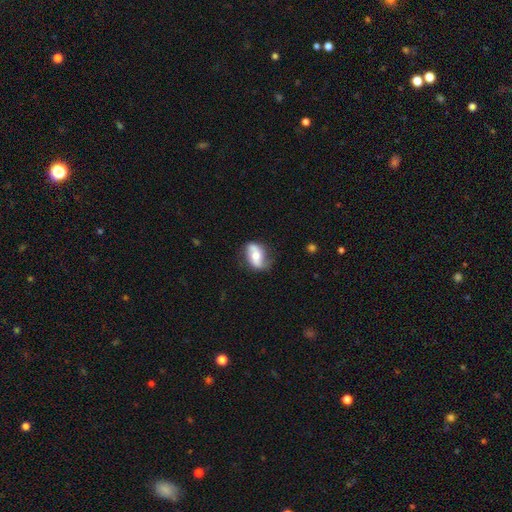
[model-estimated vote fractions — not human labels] Smooth or featured: featured or disk — 57% (smooth — 36%)
Edge-on disk: no — 91% (yes — 9%)
Bar: no — 46% (strong — 27%)
Spiral arms: yes — 77% (no — 23%)
Bulge size: moderate — 65% (small — 21%)
Merging: none — 71% (minor disturbance — 20%)